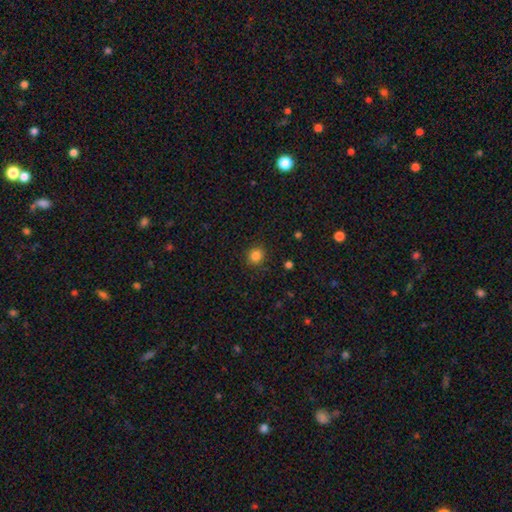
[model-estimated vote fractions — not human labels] Smooth or featured? smooth (84%)
How rounded? round (82%)
Merging? none (87%)